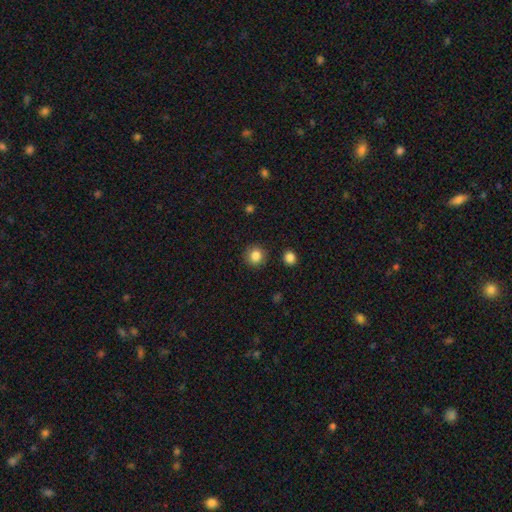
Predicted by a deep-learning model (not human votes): Smooth or featured? Predicted: smooth (p=0.85). How rounded? Predicted: round (p=0.91). Merging? Predicted: none (p=0.89).